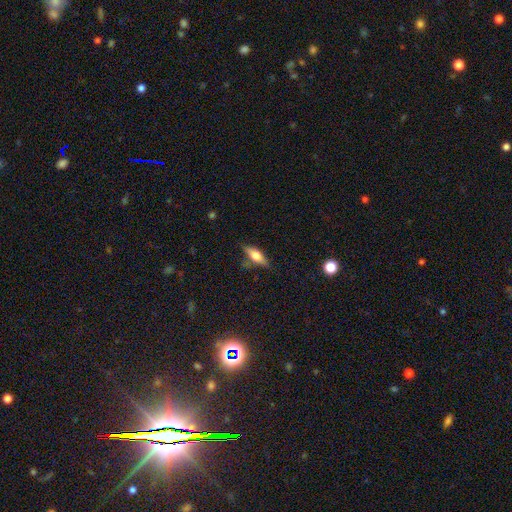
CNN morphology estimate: This is possibly a smooth galaxy (54%). How rounded: possibly in between (57%). Merging: likely none (68%).